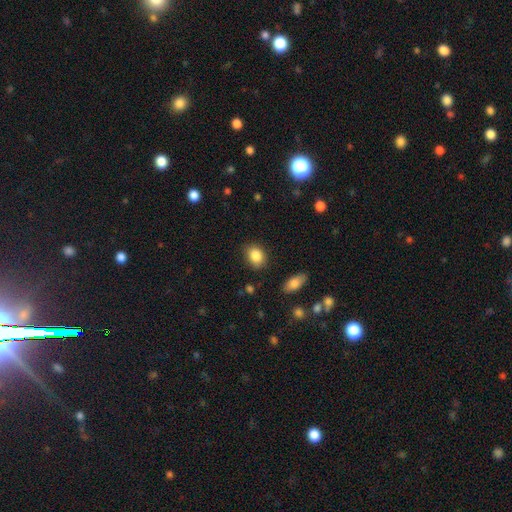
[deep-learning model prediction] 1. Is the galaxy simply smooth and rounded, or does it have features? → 86% smooth, 9% star or artifact, 6% featured or disk.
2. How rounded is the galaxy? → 59% in between, 39% round, 1% cigar-shaped.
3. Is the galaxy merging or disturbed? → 83% none, 13% minor disturbance, 3% major disturbance, 2% merger.